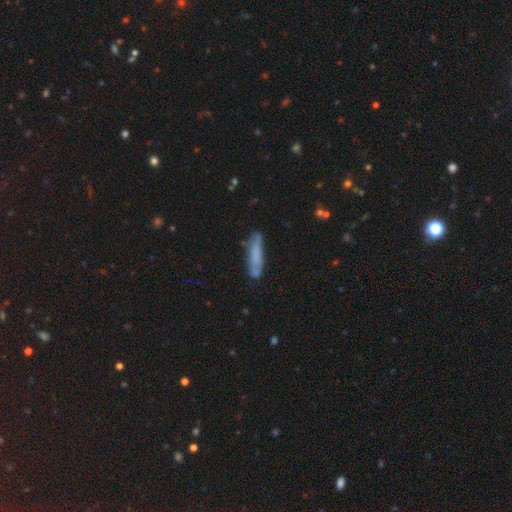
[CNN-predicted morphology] This appears to be a smooth galaxy with no disk features (65%) that is cigar-shaped (80%). Merging: none (71%).